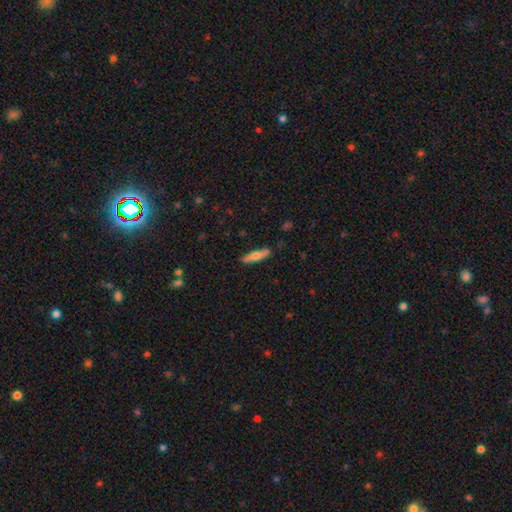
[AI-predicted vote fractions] Smooth or featured? Predicted: smooth (p=0.62). How rounded? Predicted: cigar-shaped (p=0.80). Merging? Predicted: none (p=0.86).